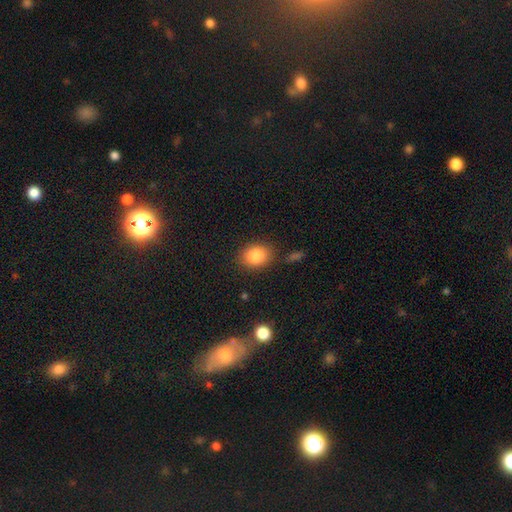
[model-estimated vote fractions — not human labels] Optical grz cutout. It shows a smooth galaxy with no disk features (84%) that is in between round and cigar-shaped (51%). Merging: none (83%).